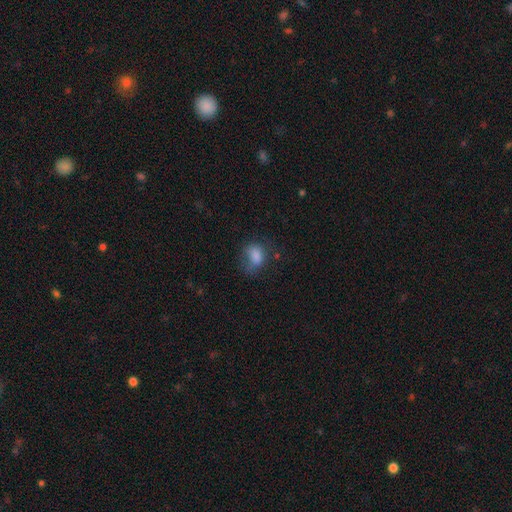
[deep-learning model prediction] Smooth or featured?
  - smooth: 77% *
  - featured or disk: 12%
  - star or artifact: 11%
How rounded?
  - in between: 68% *
  - round: 30%
  - cigar-shaped: 2%
Merging?
  - none: 48% *
  - minor disturbance: 28%
  - major disturbance: 21%
  - merger: 3%